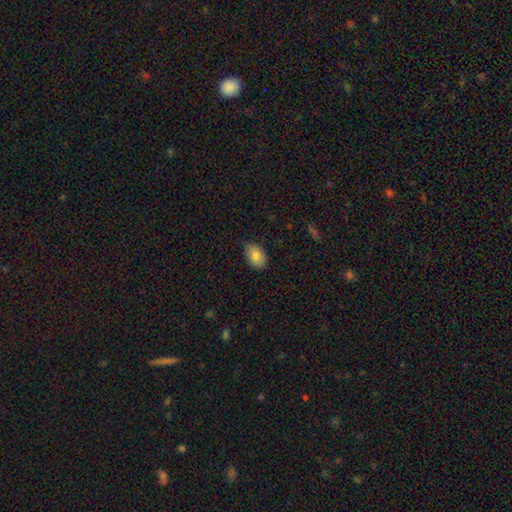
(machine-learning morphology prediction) Smooth or featured? Predicted: smooth (p=0.84). How rounded? Predicted: in between (p=0.84). Merging? Predicted: none (p=0.79).